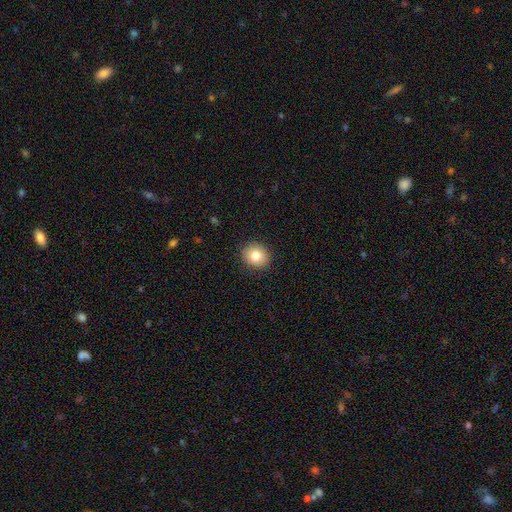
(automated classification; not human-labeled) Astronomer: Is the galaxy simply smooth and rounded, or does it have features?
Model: smooth — 81%.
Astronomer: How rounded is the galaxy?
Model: round — 79%.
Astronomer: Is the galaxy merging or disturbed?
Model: none — 91%.